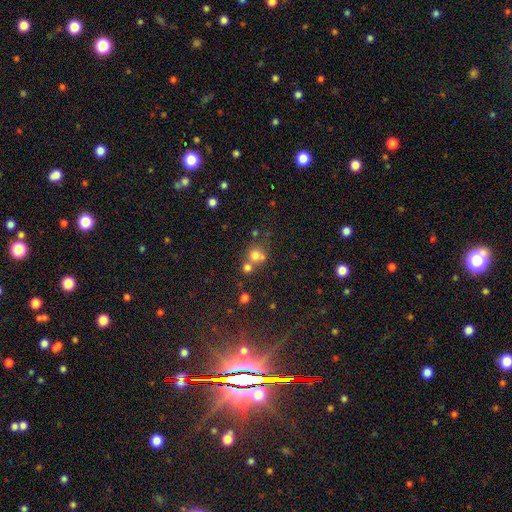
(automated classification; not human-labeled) This is likely a smooth galaxy (72%). How rounded: clearly round (83%). Merging: possibly merger (47%).